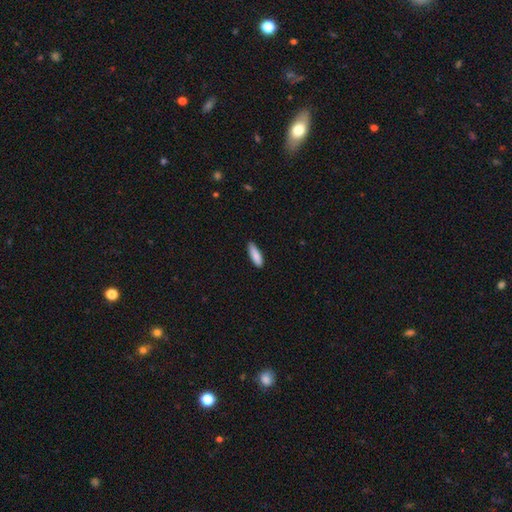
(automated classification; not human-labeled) Q: Smooth or featured?
A: smooth (87%); runner-up: featured or disk (7%)
Q: How rounded?
A: in between (55%); runner-up: cigar-shaped (44%)
Q: Merging?
A: none (82%); runner-up: minor disturbance (15%)